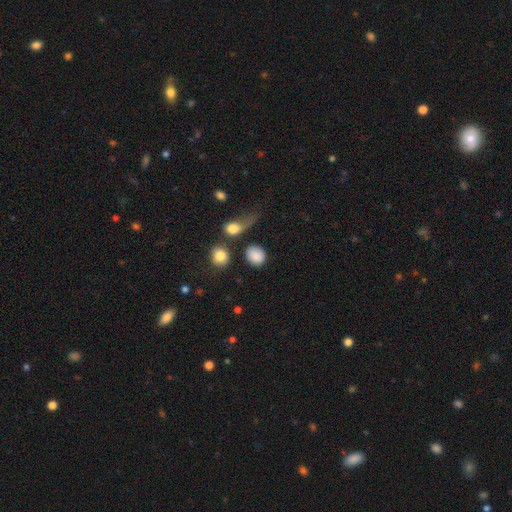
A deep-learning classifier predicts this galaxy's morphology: A smooth galaxy with no disk features (85%) that is round (69%). Merging: none (61%).